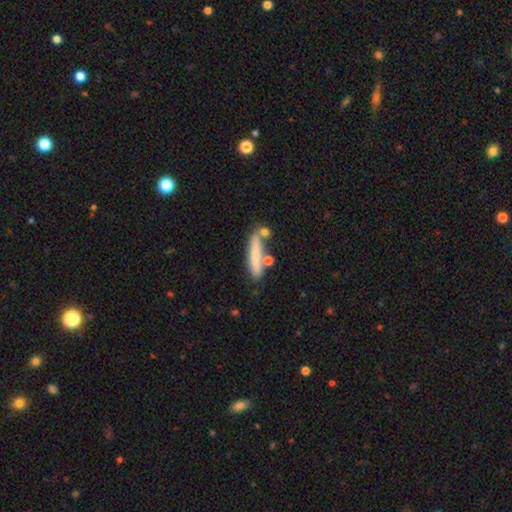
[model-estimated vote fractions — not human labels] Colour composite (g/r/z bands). It shows a smooth galaxy with no disk features (70%) that is cigar-shaped (87%). Merging: none (66%).